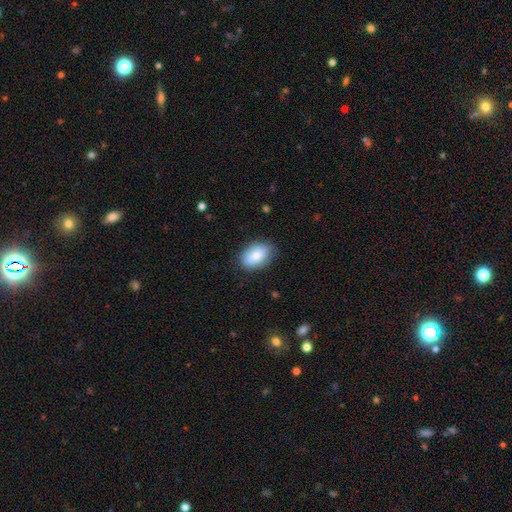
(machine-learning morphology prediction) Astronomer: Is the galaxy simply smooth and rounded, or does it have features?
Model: smooth — 83%.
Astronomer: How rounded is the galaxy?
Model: in between — 90%.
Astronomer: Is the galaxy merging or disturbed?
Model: none — 79%.